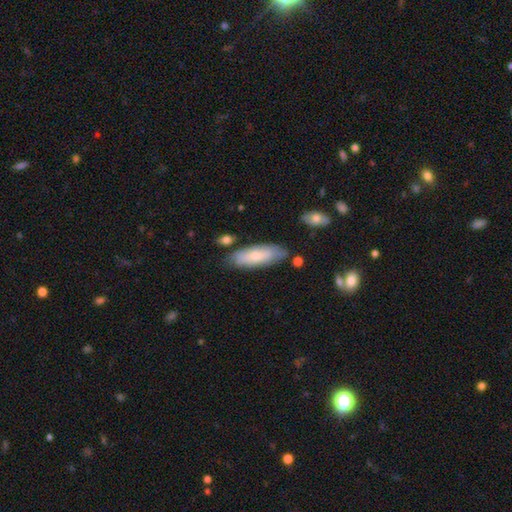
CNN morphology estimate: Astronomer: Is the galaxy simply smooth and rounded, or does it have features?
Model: smooth — 67%.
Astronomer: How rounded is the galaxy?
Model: in between — 60% (runner-up: cigar-shaped, 38%).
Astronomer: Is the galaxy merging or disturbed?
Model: none — 76%.